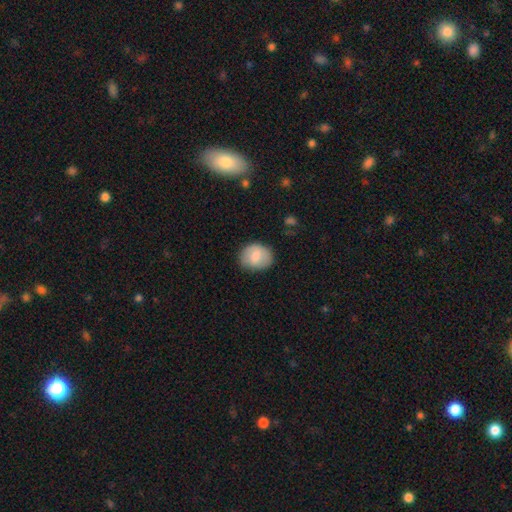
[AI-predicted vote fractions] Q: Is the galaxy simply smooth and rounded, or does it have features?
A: smooth — 77%.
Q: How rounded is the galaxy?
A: round — 57%.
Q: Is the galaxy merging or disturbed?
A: none — 78%.